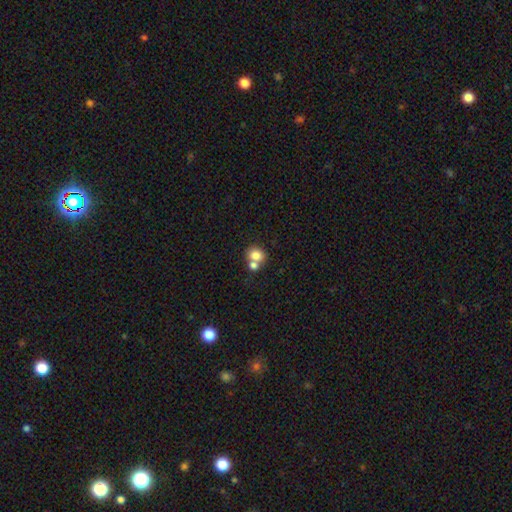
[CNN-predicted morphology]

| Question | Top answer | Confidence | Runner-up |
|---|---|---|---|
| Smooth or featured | smooth | 78% | featured or disk (12%) |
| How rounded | round | 61% | in between (38%) |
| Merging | merger | 48% | none (40%) |